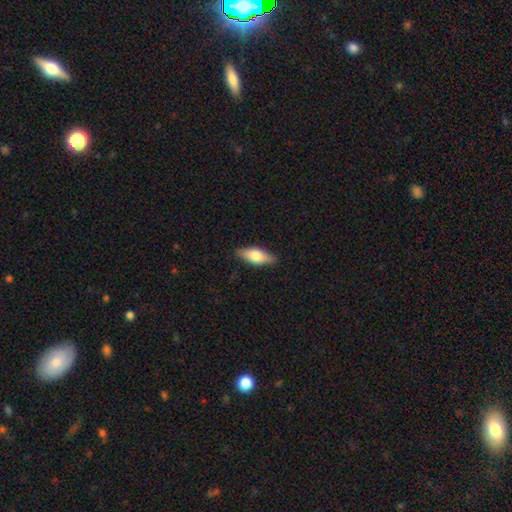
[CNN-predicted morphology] A smooth galaxy with no disk features (69%) that is in between round and cigar-shaped (76%).

Vote fractions:
- Smooth or featured? smooth: 69% / featured or disk: 25% / star or artifact: 6%
- How rounded? in between: 76% / cigar-shaped: 21% / round: 3%
- Merging? none: 85% / minor disturbance: 11% / major disturbance: 2% / merger: 1%